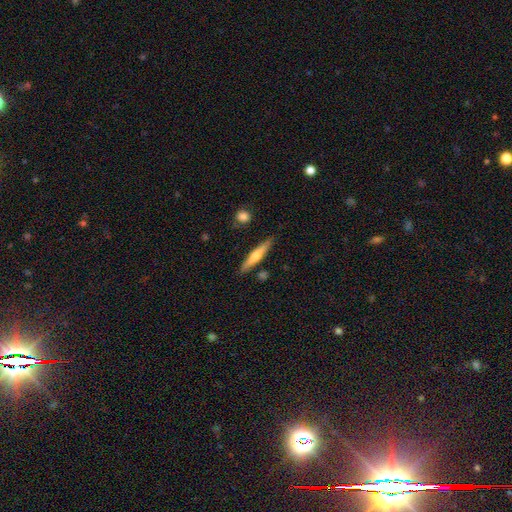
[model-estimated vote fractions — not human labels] Overall: smooth (52%; featured or disk 42%). How rounded: cigar-shaped (90%). Merging: none (85%).